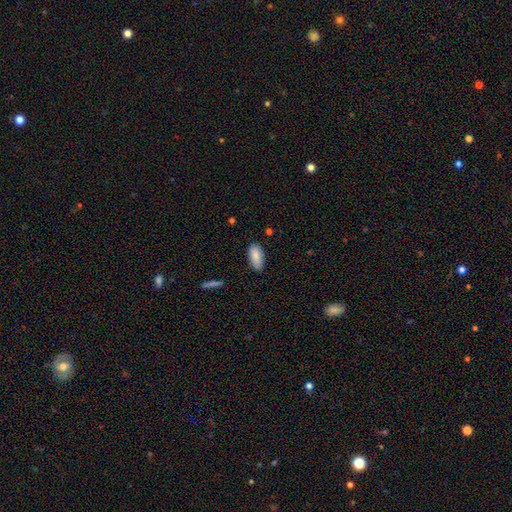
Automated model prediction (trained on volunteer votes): smooth 86%, featured or disk 7%, star or artifact 7%. Down the decision tree: how rounded — in between (90%); merging — none (84%).